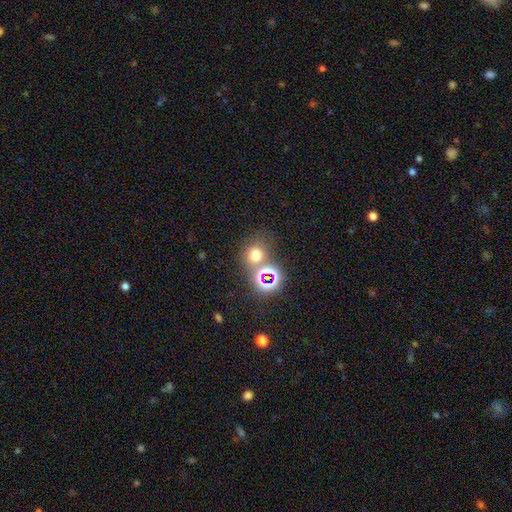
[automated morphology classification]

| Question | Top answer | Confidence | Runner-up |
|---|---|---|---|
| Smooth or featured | smooth | 63% | star or artifact (29%) |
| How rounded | round | 80% | in between (19%) |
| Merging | none | 63% | merger (24%) |